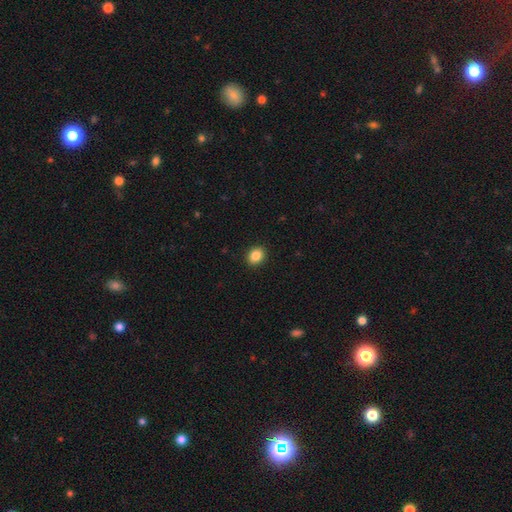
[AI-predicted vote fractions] Overall: smooth (86%). How rounded: round (65%; in between 34%). Merging: none (92%).